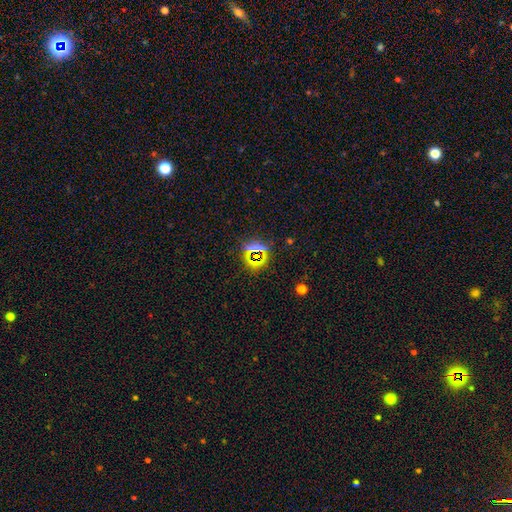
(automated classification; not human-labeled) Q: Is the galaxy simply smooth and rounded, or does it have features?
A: star or artifact — 69%.